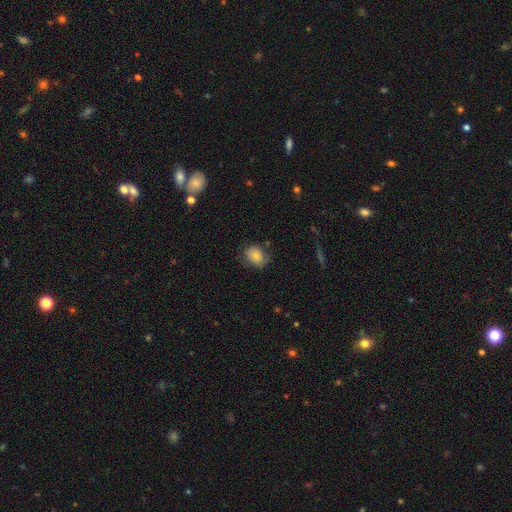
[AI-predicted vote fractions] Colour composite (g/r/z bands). It shows a smooth galaxy with no disk features (76%) that is round (51%). Merging: none (64%).